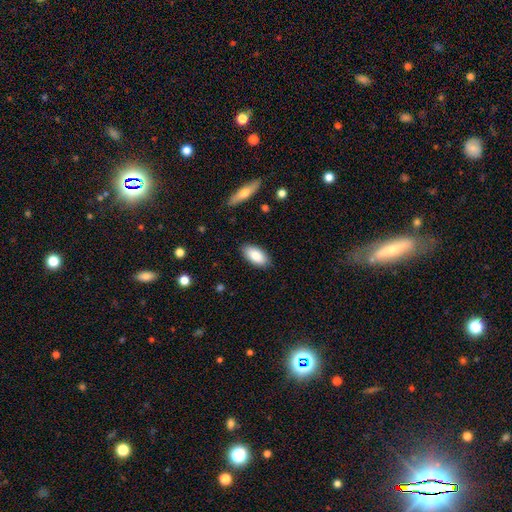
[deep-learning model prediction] smooth_or_featured: smooth (p=0.86) [alt: featured or disk p=0.08]
how_rounded: in between (p=0.92) [alt: cigar-shaped p=0.06]
merging: none (p=0.87) [alt: minor disturbance p=0.10]